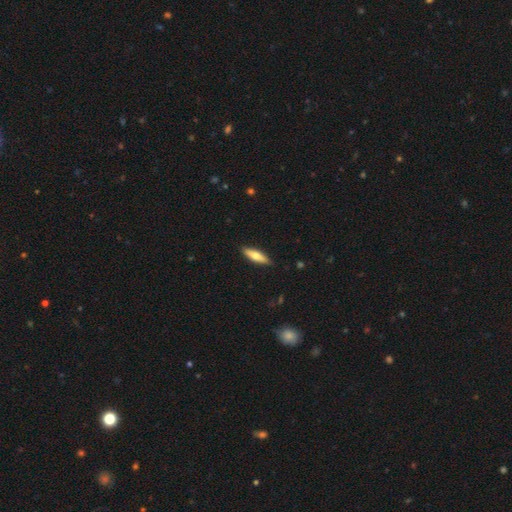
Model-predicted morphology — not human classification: Smooth or featured: smooth — 66% (featured or disk — 29%)
How rounded: cigar-shaped — 62% (in between — 36%)
Merging: none — 88% (minor disturbance — 9%)